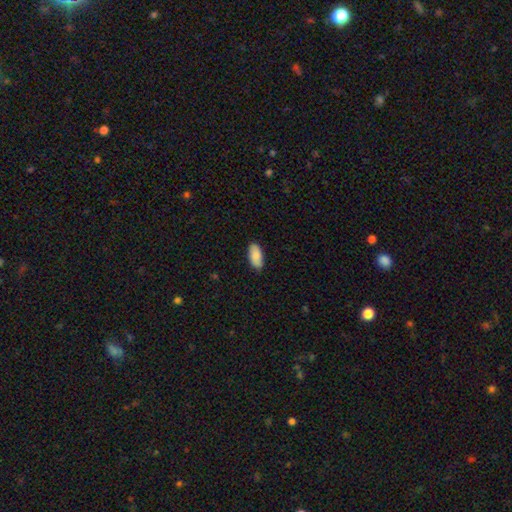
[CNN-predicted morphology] The model was most divided on "merging": none: 85%, minor disturbance: 12%, major disturbance: 2%, merger: 1%. More confident: how rounded — in between (92%); smooth or featured — smooth (85%).